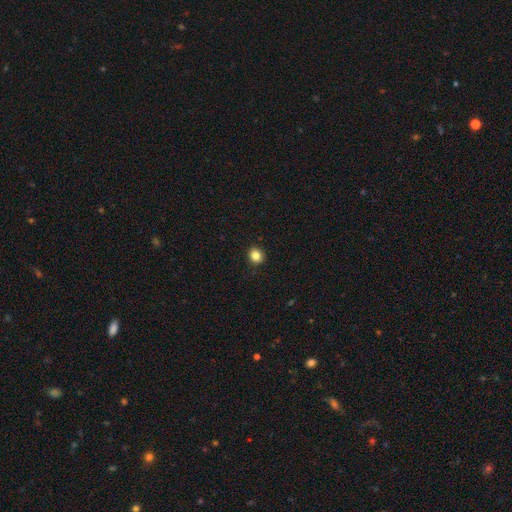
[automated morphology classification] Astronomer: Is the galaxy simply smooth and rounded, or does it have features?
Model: smooth — 85%.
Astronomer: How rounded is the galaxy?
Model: round — 81%.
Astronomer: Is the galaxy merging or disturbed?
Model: none — 91%.